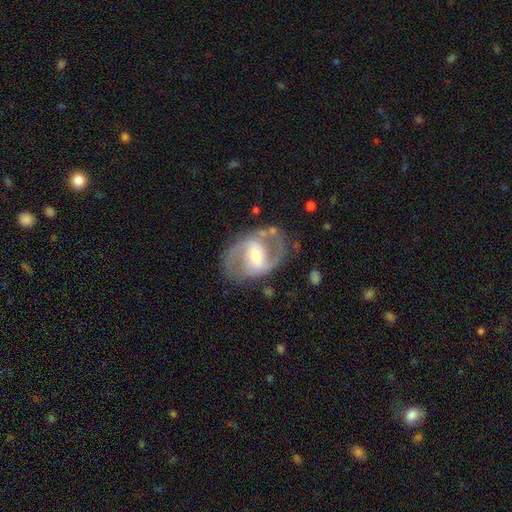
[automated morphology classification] type=featured or disk (83%); edge-on=no (97%); bar=strong (41%, tied with weak); spiral arms=yes (87%); winding=medium (56%); arm count=2 (88%); bulge=moderate (54%); merging=none (75%).